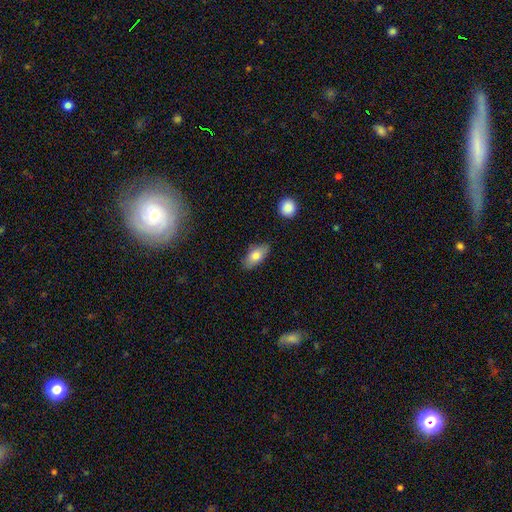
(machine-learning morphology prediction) The model was most divided on "smooth or featured": smooth: 77%, featured or disk: 16%, star or artifact: 7%. More confident: how rounded — in between (87%); merging — none (83%).